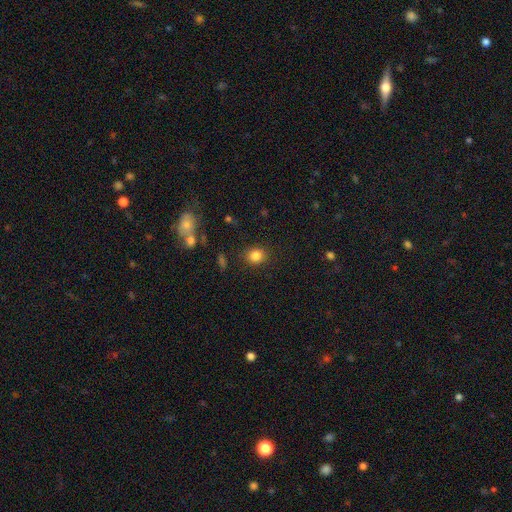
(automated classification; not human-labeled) Overall: smooth (83%). How rounded: round (69%; in between 30%). Merging: none (86%).